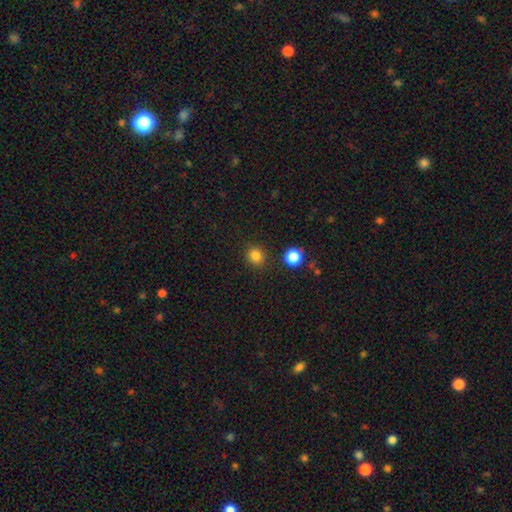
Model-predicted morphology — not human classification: type=smooth (83%); roundness=round (85%); merging=none (88%).